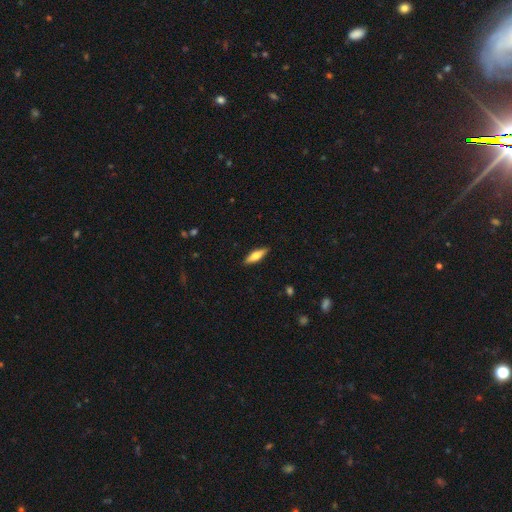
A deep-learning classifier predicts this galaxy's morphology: Smooth or featured?
  - smooth: 61% *
  - featured or disk: 33%
  - star or artifact: 6%
How rounded?
  - cigar-shaped: 56% *
  - in between: 42%
  - round: 2%
Merging?
  - none: 89% *
  - minor disturbance: 8%
  - major disturbance: 2%
  - merger: 1%